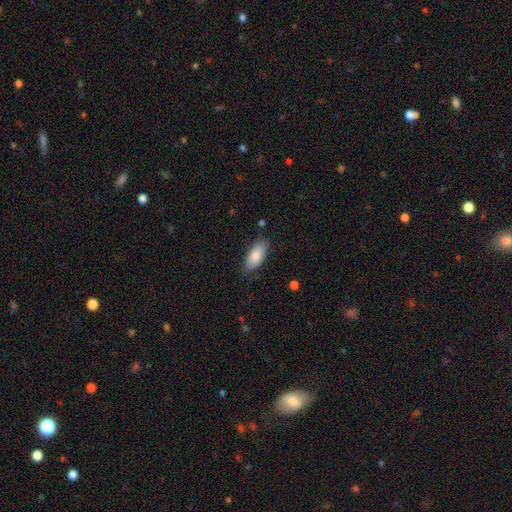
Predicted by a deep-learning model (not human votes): Overall: smooth (84%). How rounded: in between (87%). Merging: none (81%).